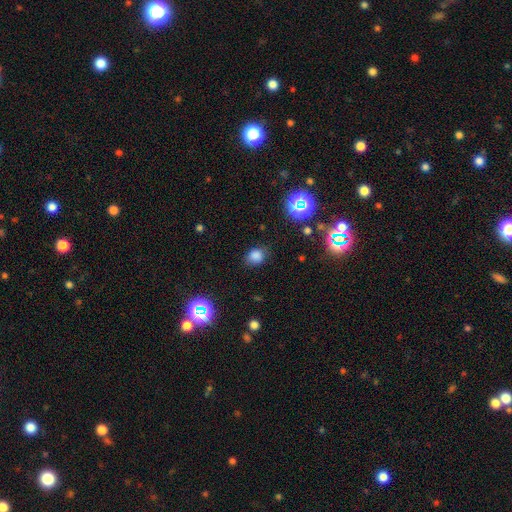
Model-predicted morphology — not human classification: A smooth galaxy with no disk features (78%) that is round (52%).

Vote fractions:
- Smooth or featured? smooth: 78% / star or artifact: 16% / featured or disk: 6%
- How rounded? round: 52% / in between: 47% / cigar-shaped: 1%
- Merging? none: 77% / minor disturbance: 17% / major disturbance: 5% / merger: 2%